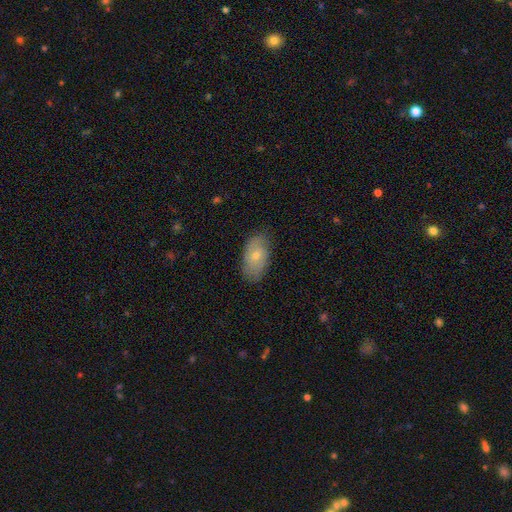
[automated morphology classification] This appears to be a smooth galaxy with no disk features (65%) that is in between round and cigar-shaped (92%). Merging: none (76%).